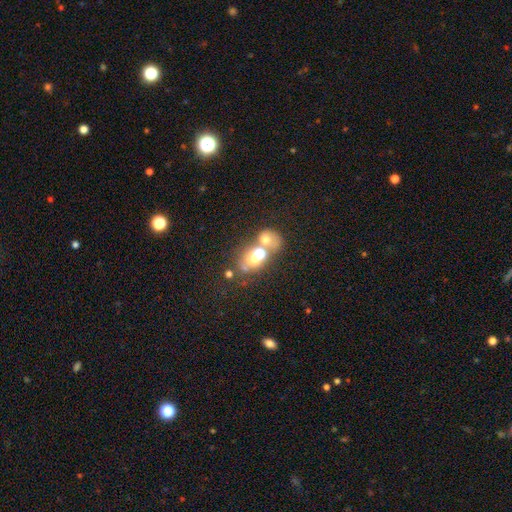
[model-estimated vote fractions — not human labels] smooth-or-featured: smooth: 53% | featured or disk: 32% | star or artifact: 15%
  how-rounded: in between: 66% | round: 32% | cigar-shaped: 2%
  merging: merger: 62% | none: 20% | major disturbance: 10% | minor disturbance: 8%